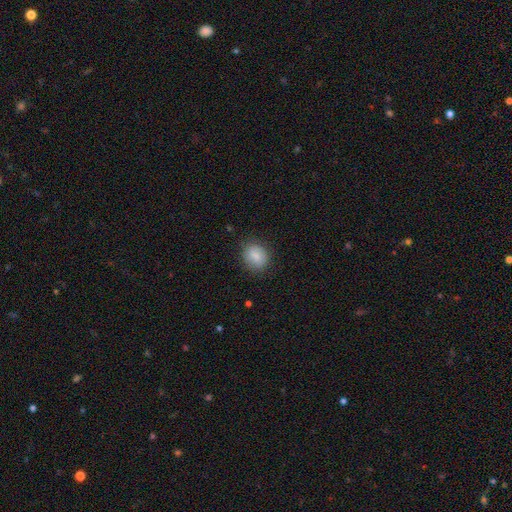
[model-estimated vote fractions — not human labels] A smooth galaxy with no disk features (84%) that is round (63%). Merging: none (83%).